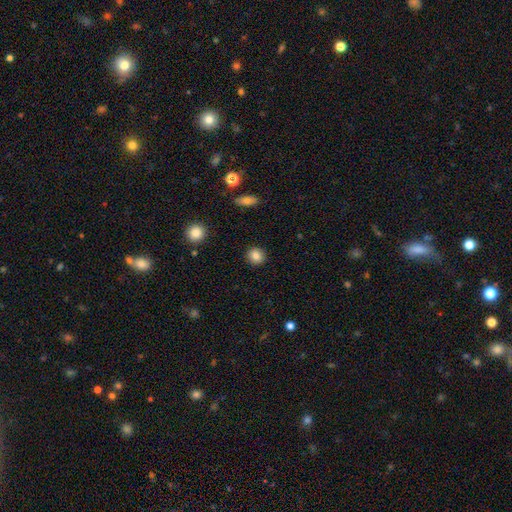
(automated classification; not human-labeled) Smooth or featured: smooth — 85% (star or artifact — 9%)
How rounded: round — 87% (in between — 12%)
Merging: none — 92% (minor disturbance — 5%)